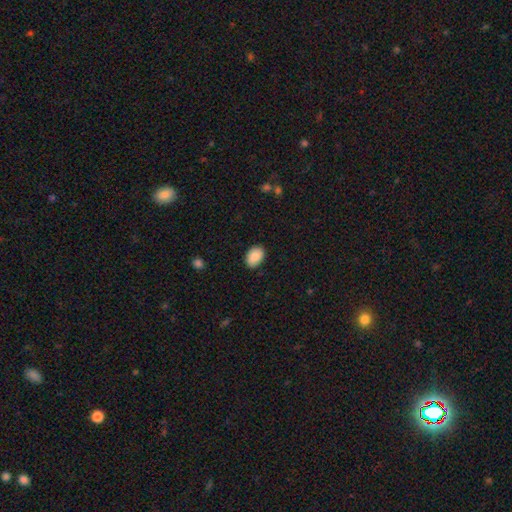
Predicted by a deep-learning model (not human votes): Overall: smooth (89%). How rounded: in between (84%). Merging: none (84%).